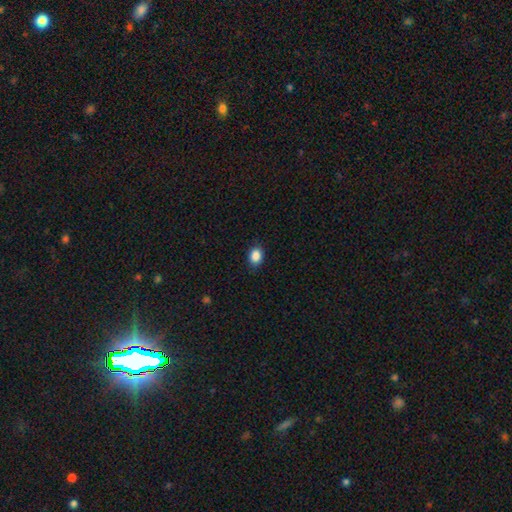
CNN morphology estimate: A smooth galaxy with no disk features (88%) that is in between round and cigar-shaped (62%).

Vote fractions:
- Smooth or featured? smooth: 88% / star or artifact: 9% / featured or disk: 3%
- How rounded? in between: 62% / round: 37% / cigar-shaped: 1%
- Merging? none: 87% / minor disturbance: 10% / major disturbance: 2% / merger: 1%